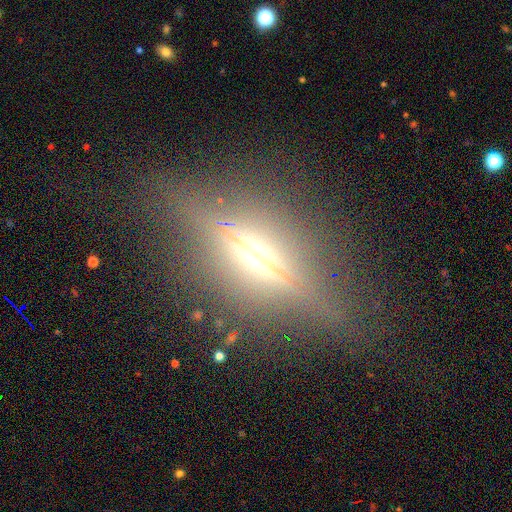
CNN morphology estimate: A featured or disk galaxy (73%) viewed edge-on (90%) with a rounded central bulge (89%).

Vote fractions:
- Smooth or featured? featured or disk: 73% / smooth: 16% / star or artifact: 11%
- Edge-on disk? yes: 90% / no: 10%
- Edge-on bulge? rounded: 89% / boxy: 7% / none: 4%
- Merging? none: 76% / minor disturbance: 14% / major disturbance: 8% / merger: 2%